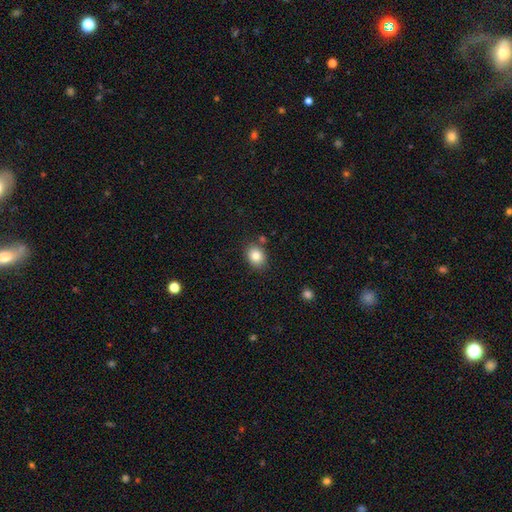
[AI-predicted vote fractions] This is clearly a smooth galaxy (84%). How rounded: possibly round (53%). Merging: clearly none (81%).